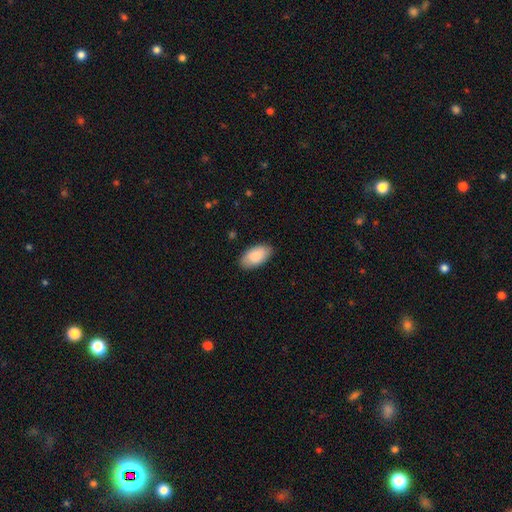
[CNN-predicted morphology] This is clearly a smooth galaxy (87%). How rounded: clearly in between (96%). Merging: clearly none (86%).